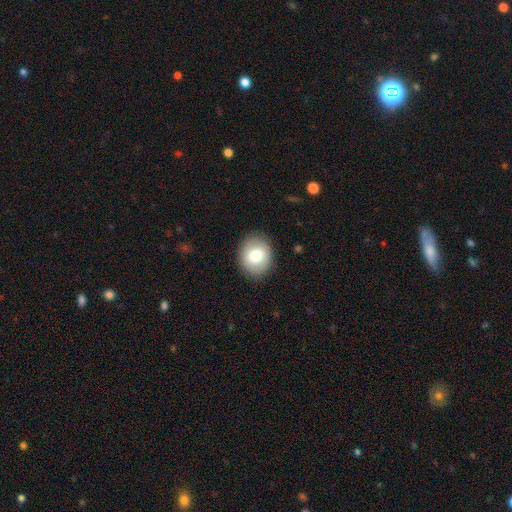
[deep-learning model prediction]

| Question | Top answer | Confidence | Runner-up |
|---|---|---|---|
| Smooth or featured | smooth | 78% | featured or disk (14%) |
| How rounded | round | 55% | in between (44%) |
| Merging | none | 87% | minor disturbance (9%) |